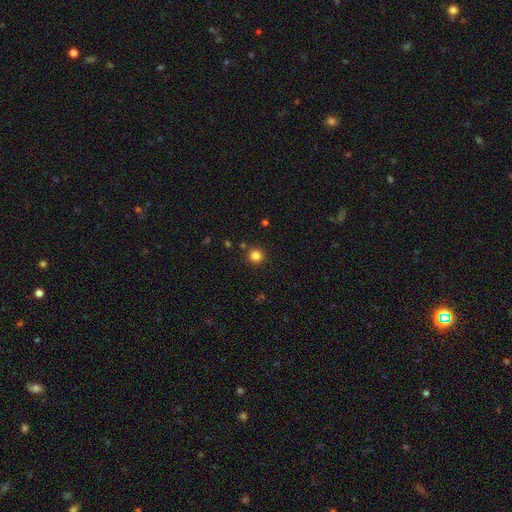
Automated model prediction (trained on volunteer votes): This is clearly a smooth galaxy (83%). How rounded: clearly round (94%). Merging: clearly none (89%).